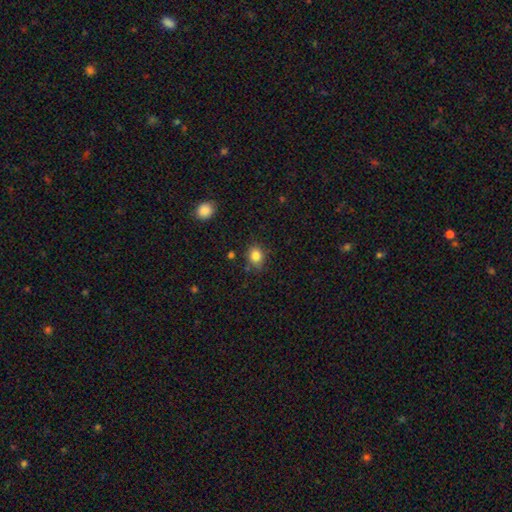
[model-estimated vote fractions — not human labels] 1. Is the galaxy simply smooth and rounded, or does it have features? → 83% smooth, 11% star or artifact, 6% featured or disk.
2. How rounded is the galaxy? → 62% round, 37% in between, 1% cigar-shaped.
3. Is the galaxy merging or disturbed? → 78% none, 16% minor disturbance, 3% major disturbance, 3% merger.